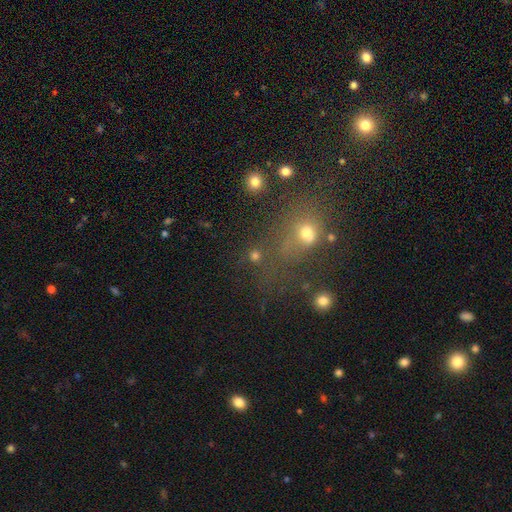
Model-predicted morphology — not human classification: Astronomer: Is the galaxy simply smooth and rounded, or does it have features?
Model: smooth — 54% (runner-up: star or artifact, 33%).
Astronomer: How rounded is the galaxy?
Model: round — 66%.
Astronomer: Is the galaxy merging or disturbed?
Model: none — 49%.